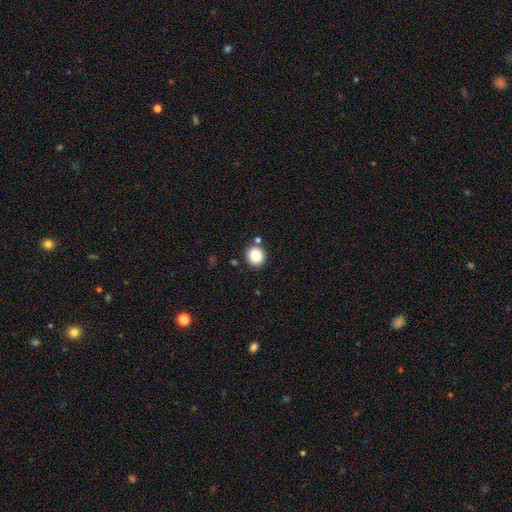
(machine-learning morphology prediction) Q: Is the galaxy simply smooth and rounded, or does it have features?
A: smooth — 84%.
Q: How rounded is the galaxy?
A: round — 89%.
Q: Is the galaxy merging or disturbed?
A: none — 85%.